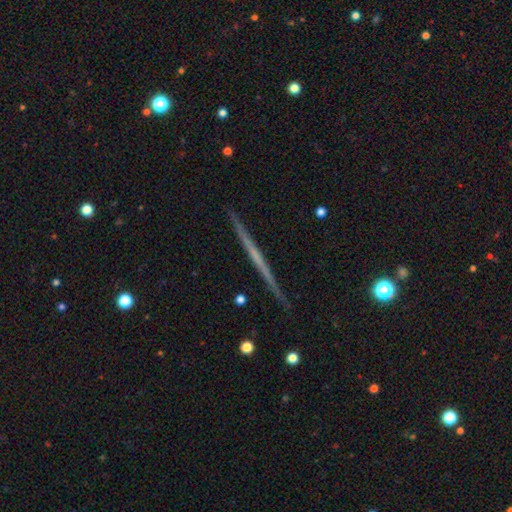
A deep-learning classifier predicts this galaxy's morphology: Smooth or featured? Predicted: featured or disk (p=0.68). Edge-on disk? Predicted: yes (p=0.98). Edge-on bulge? Predicted: none (p=0.87). Merging? Predicted: none (p=0.92).